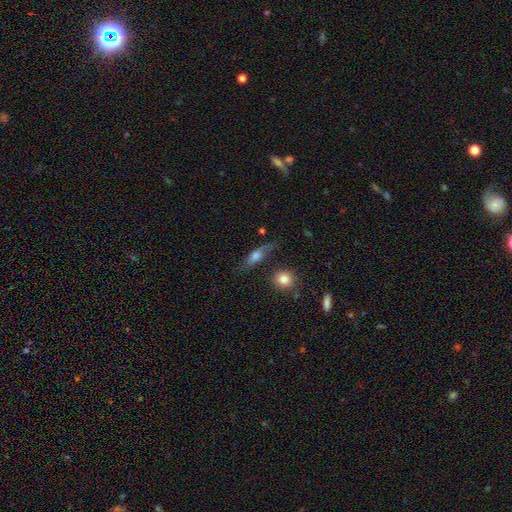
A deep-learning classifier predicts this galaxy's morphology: Smooth or featured: smooth — 51% (featured or disk — 39%)
How rounded: in between — 47% (cigar-shaped — 43%)
Merging: none — 64% (minor disturbance — 21%)